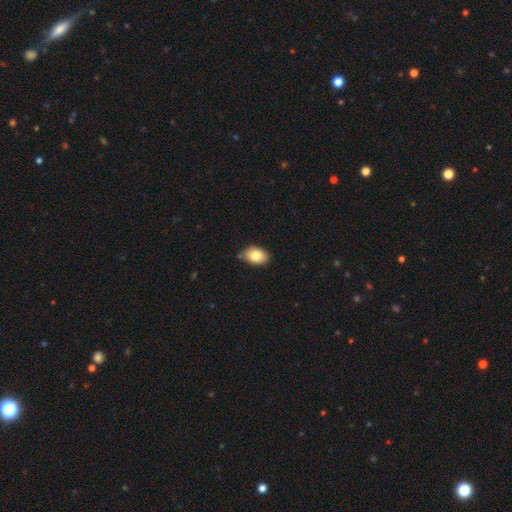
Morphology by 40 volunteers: Smooth or featured? 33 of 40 (82%) said smooth. How rounded? 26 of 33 (79%) said in between. Merging? 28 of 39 (72%) said none.